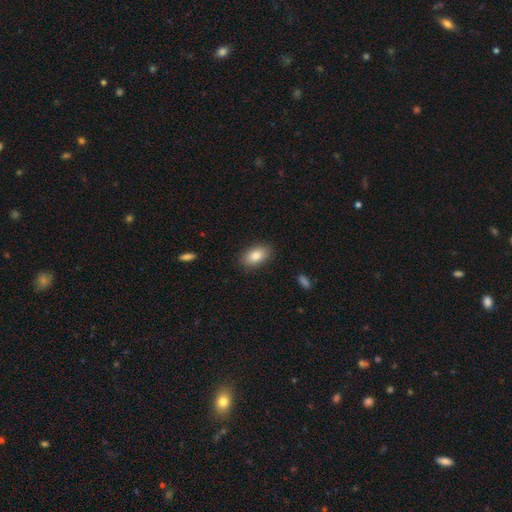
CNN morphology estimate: Smooth or featured? Predicted: smooth (p=0.85). How rounded? Predicted: in between (p=0.91). Merging? Predicted: none (p=0.87).